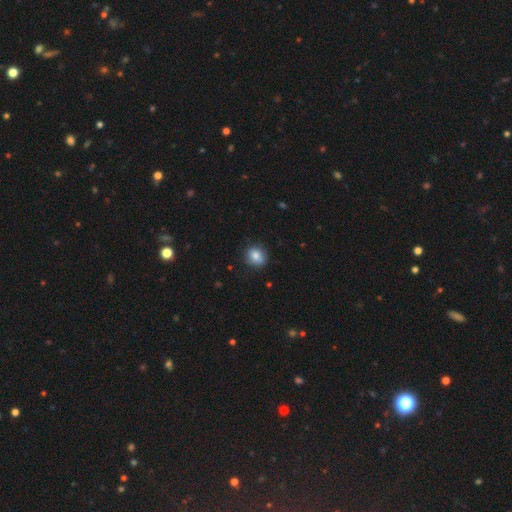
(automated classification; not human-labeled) smooth_or_featured: smooth (p=0.83) [alt: star or artifact p=0.09]
how_rounded: round (p=0.72) [alt: in between p=0.27]
merging: none (p=0.83) [alt: minor disturbance p=0.13]